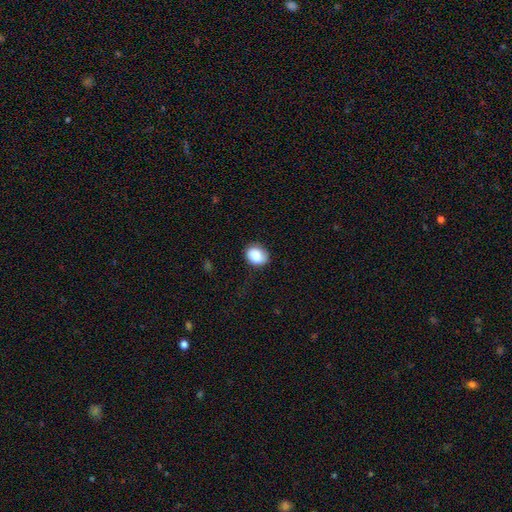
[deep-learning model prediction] A smooth galaxy with no disk features (84%) that is in between round and cigar-shaped (51%).

Vote fractions:
- Smooth or featured? smooth: 84% / featured or disk: 8% / star or artifact: 8%
- How rounded? in between: 51% / round: 48% / cigar-shaped: 1%
- Merging? none: 71% / minor disturbance: 22% / major disturbance: 6% / merger: 1%